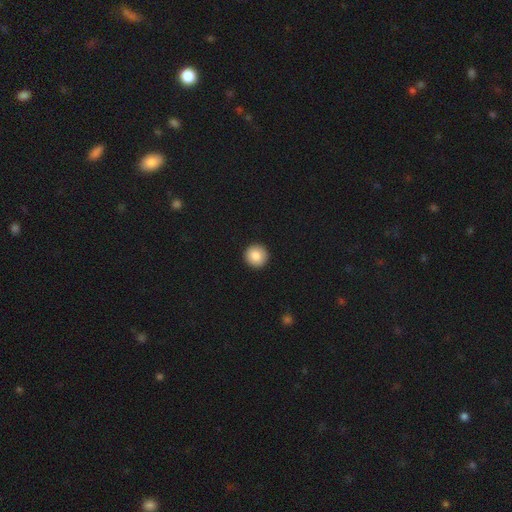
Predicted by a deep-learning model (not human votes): Smooth or featured? Predicted: smooth (p=0.86). How rounded? Predicted: round (p=0.95). Merging? Predicted: none (p=0.94).